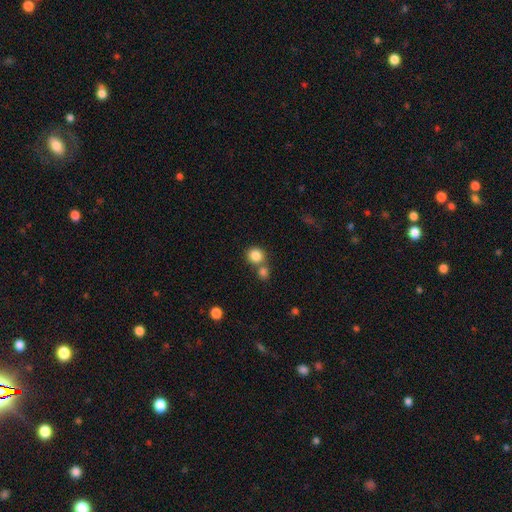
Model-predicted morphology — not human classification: smooth 84%, star or artifact 10%, featured or disk 6%. Down the decision tree: how rounded — round (87%); merging — none (58%).